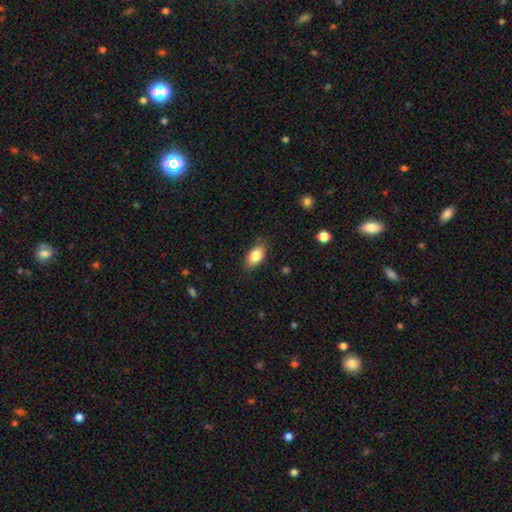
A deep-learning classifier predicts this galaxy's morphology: type=smooth (83%); roundness=in between (90%); merging=none (81%).